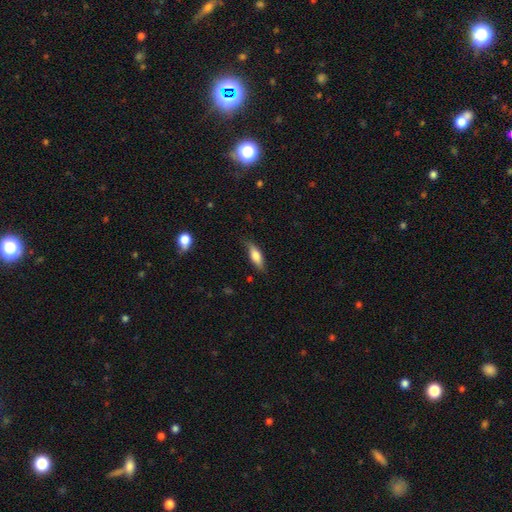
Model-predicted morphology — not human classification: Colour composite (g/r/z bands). It shows a smooth galaxy with no disk features (69%) that is in between round and cigar-shaped (58%). Merging: none (72%).